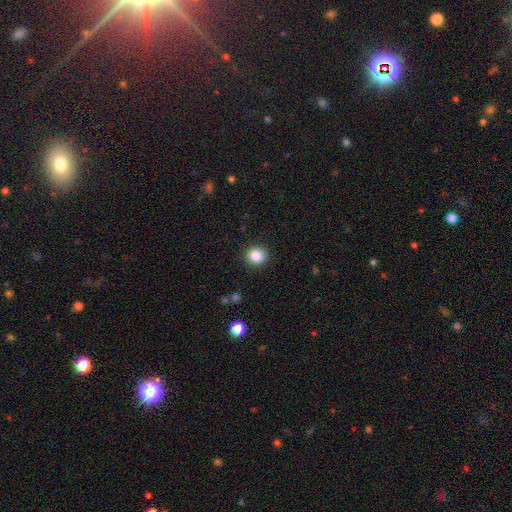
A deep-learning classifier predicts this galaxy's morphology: smooth_or_featured: smooth (p=0.85) [alt: star or artifact p=0.10]
how_rounded: round (p=0.85) [alt: in between p=0.15]
merging: none (p=0.90) [alt: minor disturbance p=0.07]